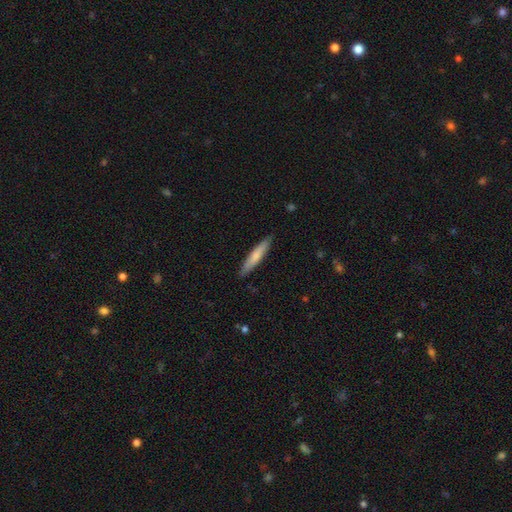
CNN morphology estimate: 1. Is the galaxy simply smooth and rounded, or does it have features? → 71% smooth, 24% featured or disk, 5% star or artifact.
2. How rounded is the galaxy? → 91% cigar-shaped, 8% in between, 1% round.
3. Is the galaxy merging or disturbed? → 89% none, 9% minor disturbance, 2% major disturbance, 1% merger.